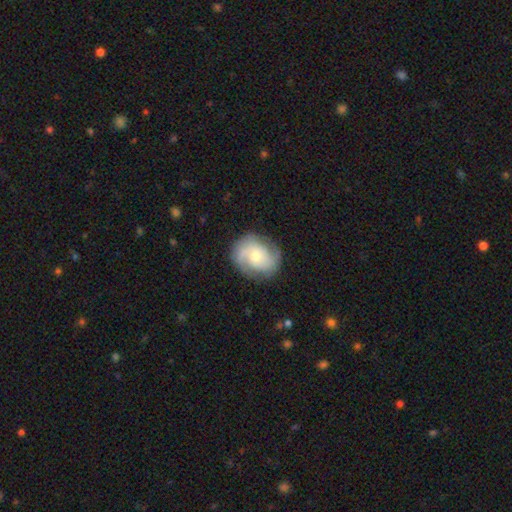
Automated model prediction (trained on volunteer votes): smooth_or_featured: featured or disk (p=0.72) [alt: smooth p=0.22]
disk_edge_on: no (p=0.98) [alt: yes p=0.02]
bar: no (p=0.69) [alt: weak p=0.27]
has_spiral_arms: yes (p=0.93) [alt: no p=0.07]
spiral_winding: medium (p=0.43) [alt: tight p=0.38]
spiral_arm_count: 2 (p=0.62) [alt: can't tell p=0.15]
bulge_size: small (p=0.49) [alt: moderate p=0.44]
merging: none (p=0.77) [alt: minor disturbance p=0.15]